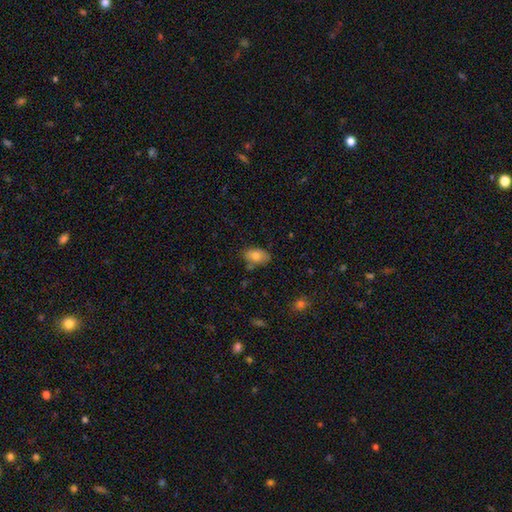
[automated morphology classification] smooth_or_featured: smooth (p=0.79) [alt: featured or disk p=0.13]
how_rounded: in between (p=0.90) [alt: round p=0.09]
merging: none (p=0.70) [alt: minor disturbance p=0.20]